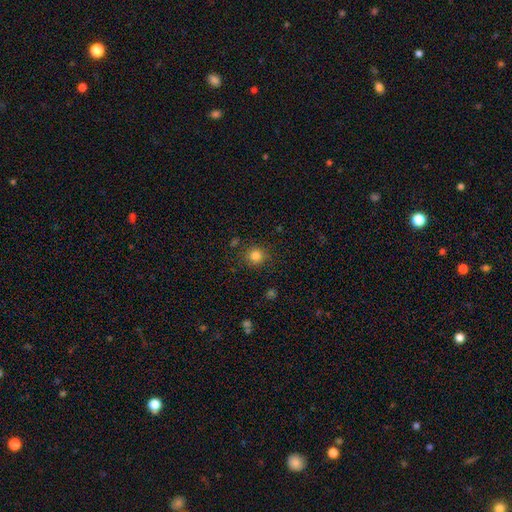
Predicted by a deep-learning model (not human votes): Overall: smooth (83%). How rounded: round (90%). Merging: none (85%).